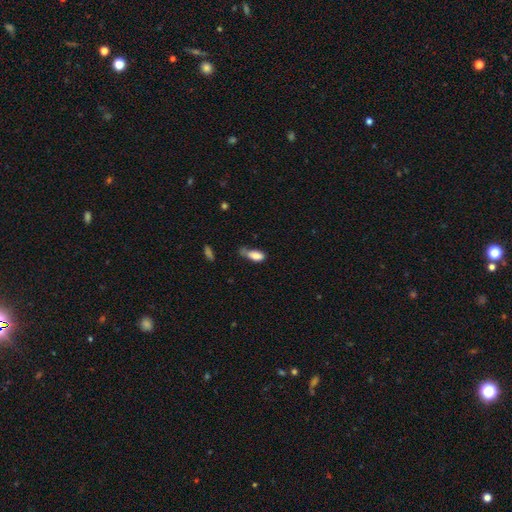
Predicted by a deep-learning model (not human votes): Smooth or featured? Predicted: smooth (p=0.83). How rounded? Predicted: in between (p=0.85). Merging? Predicted: minor disturbance (p=0.37).